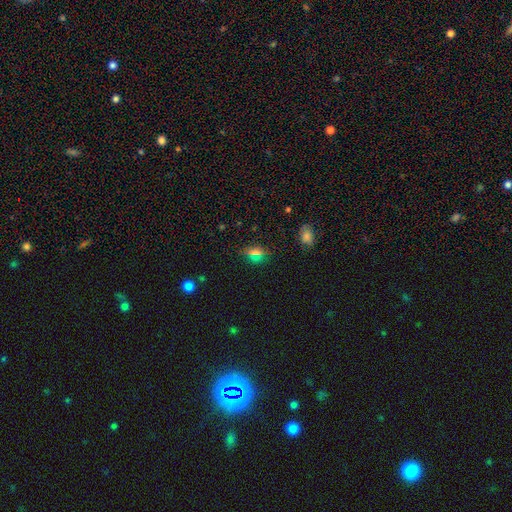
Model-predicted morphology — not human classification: Overall: smooth (57%; star or artifact 34%). How rounded: in between (48%; round 44%). Merging: none (82%).